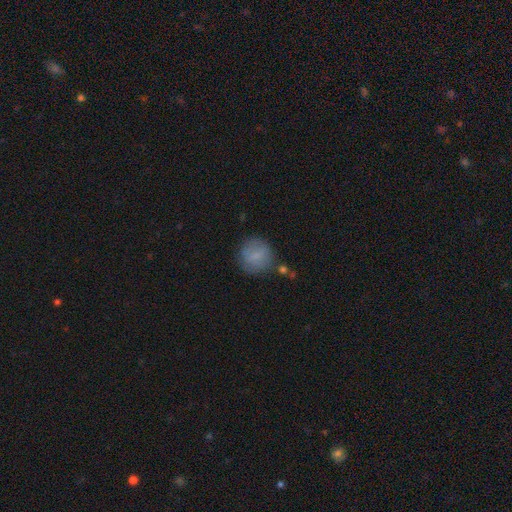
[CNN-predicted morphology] A smooth galaxy with no disk features (75%) that is round (87%). Merging: none (72%).